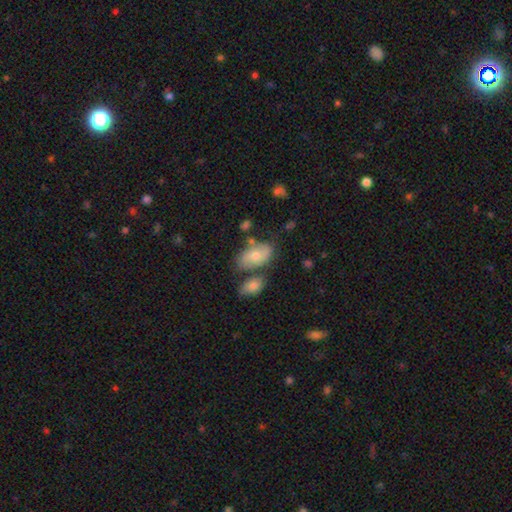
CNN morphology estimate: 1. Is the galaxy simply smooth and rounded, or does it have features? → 62% smooth, 31% featured or disk, 7% star or artifact.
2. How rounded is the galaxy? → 91% in between, 7% round, 2% cigar-shaped.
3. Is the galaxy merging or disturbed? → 54% none, 20% merger, 19% minor disturbance, 7% major disturbance.